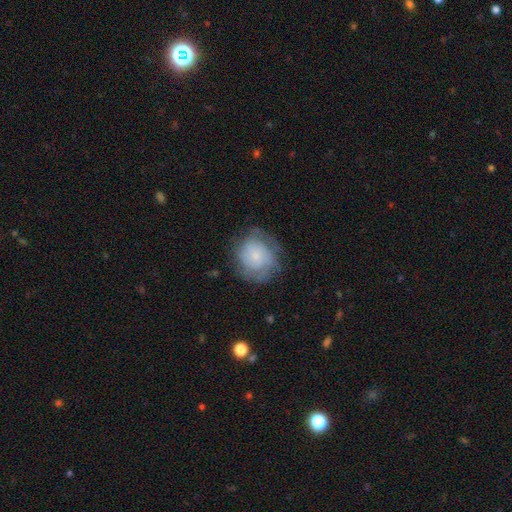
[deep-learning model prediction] This appears to be a featured or disk galaxy (50%). Merging: none (66%).